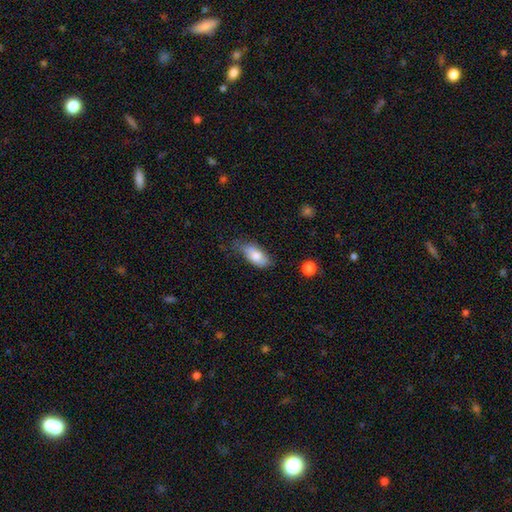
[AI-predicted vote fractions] Smooth or featured?
  - smooth: 78% *
  - featured or disk: 16%
  - star or artifact: 7%
How rounded?
  - in between: 87% *
  - cigar-shaped: 10%
  - round: 3%
Merging?
  - none: 61% *
  - minor disturbance: 31%
  - major disturbance: 7%
  - merger: 2%